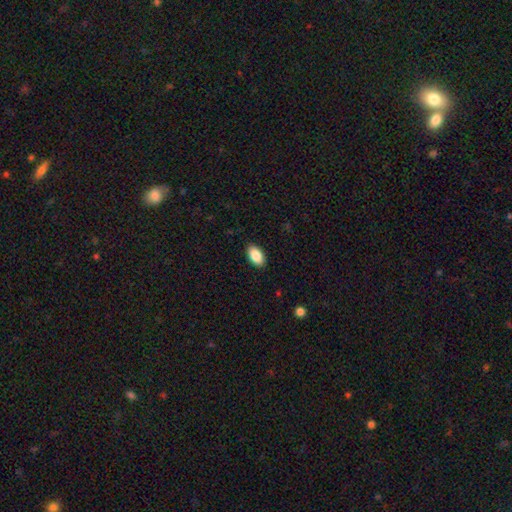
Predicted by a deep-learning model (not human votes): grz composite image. It shows a smooth galaxy with no disk features (89%) that is in between round and cigar-shaped (95%). Merging: none (89%).